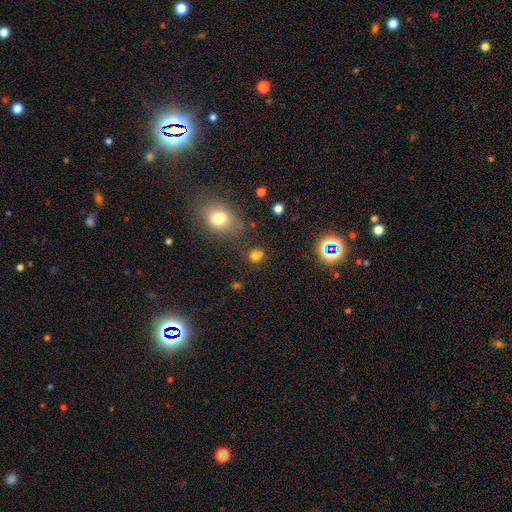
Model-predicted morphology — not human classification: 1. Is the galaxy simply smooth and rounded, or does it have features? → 73% smooth, 20% star or artifact, 7% featured or disk.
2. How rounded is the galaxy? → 74% round, 25% in between, 1% cigar-shaped.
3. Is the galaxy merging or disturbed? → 67% none, 14% merger, 14% minor disturbance, 5% major disturbance.